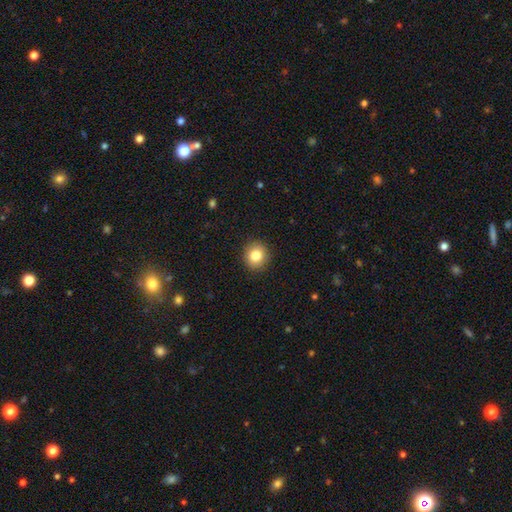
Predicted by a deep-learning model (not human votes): smooth-or-featured: smooth: 84% | star or artifact: 10% | featured or disk: 7%
  how-rounded: round: 86% | in between: 13% | cigar-shaped: 1%
  merging: none: 91% | minor disturbance: 6% | major disturbance: 2% | merger: 1%